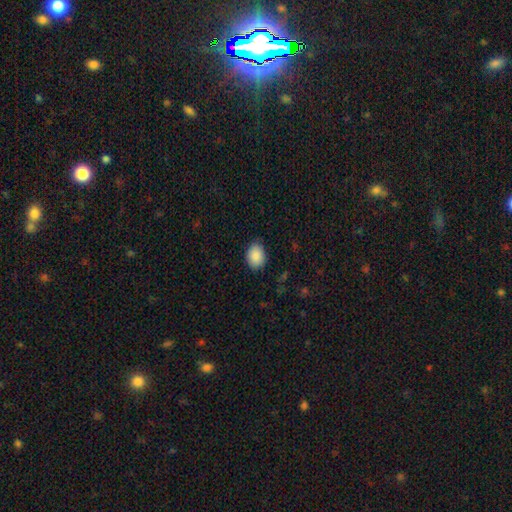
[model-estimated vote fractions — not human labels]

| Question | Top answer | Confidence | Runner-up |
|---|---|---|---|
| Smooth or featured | smooth | 90% | star or artifact (7%) |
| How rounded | in between | 62% | round (37%) |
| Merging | none | 82% | minor disturbance (15%) |